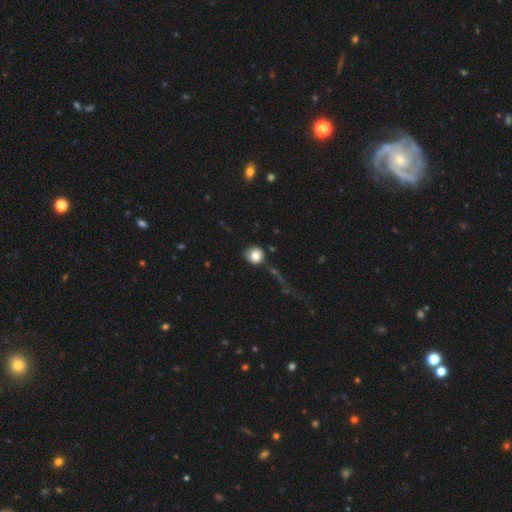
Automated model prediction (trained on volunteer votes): Smooth or featured?
  - smooth: 80% *
  - featured or disk: 11%
  - star or artifact: 9%
How rounded?
  - round: 88% *
  - in between: 11%
  - cigar-shaped: 1%
Merging?
  - none: 59% *
  - minor disturbance: 17%
  - major disturbance: 15%
  - merger: 9%